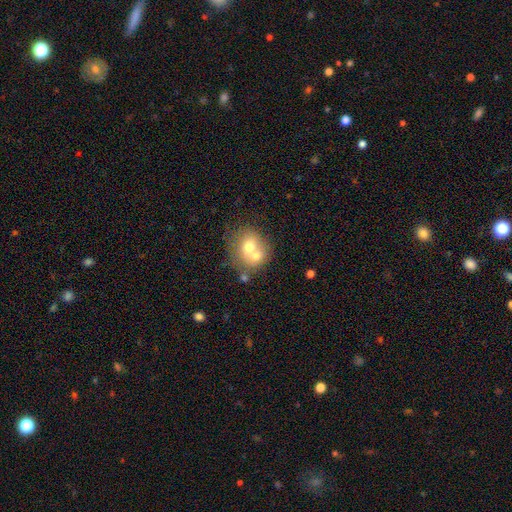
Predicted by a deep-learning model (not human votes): Q: Smooth or featured?
A: smooth (64%); runner-up: featured or disk (26%)
Q: How rounded?
A: round (71%); runner-up: in between (28%)
Q: Merging?
A: merger (57%); runner-up: none (31%)